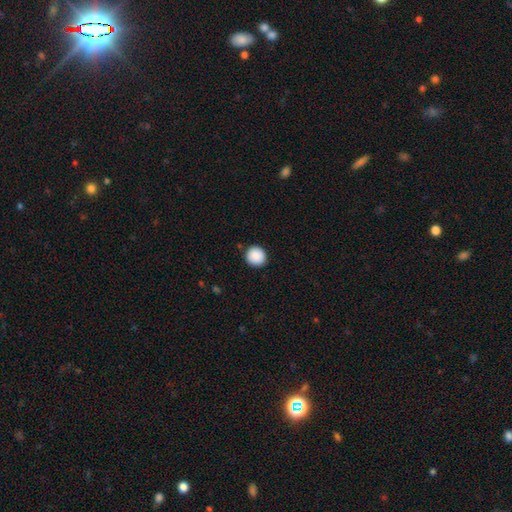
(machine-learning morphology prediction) This appears to be a smooth galaxy with no disk features (89%) that is round (94%). Merging: none (90%).